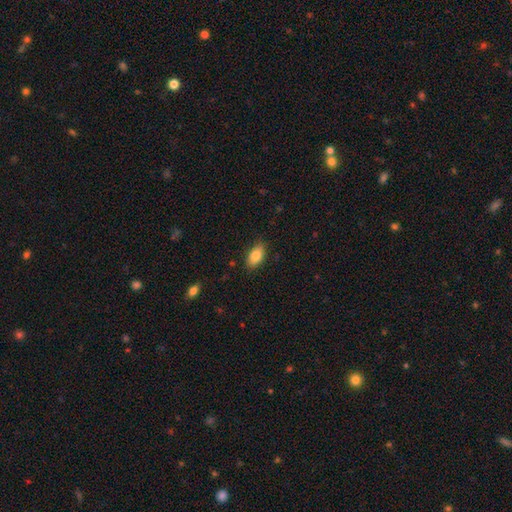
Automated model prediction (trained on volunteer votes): Smooth or featured?
  - smooth: 81% *
  - featured or disk: 11%
  - star or artifact: 7%
How rounded?
  - in between: 89% *
  - cigar-shaped: 6%
  - round: 5%
Merging?
  - none: 85% *
  - minor disturbance: 12%
  - major disturbance: 2%
  - merger: 1%